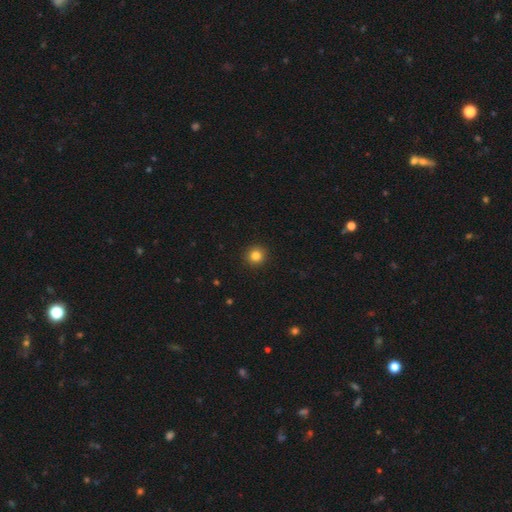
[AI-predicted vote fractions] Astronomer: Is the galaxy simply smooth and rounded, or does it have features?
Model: smooth — 84%.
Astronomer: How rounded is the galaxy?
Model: round — 93%.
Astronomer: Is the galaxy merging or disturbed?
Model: none — 93%.